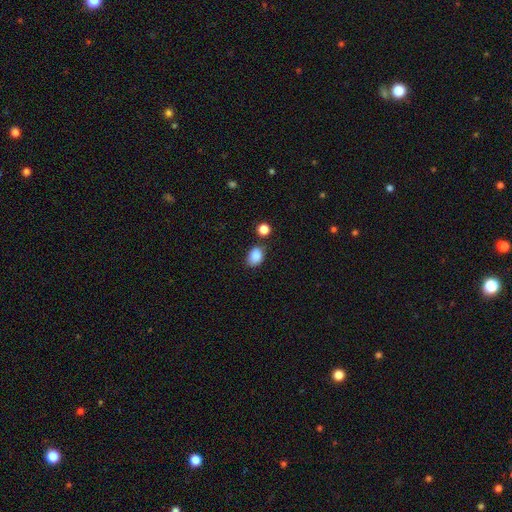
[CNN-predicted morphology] A smooth galaxy with no disk features (88%) that is in between round and cigar-shaped (74%).

Vote fractions:
- Smooth or featured? smooth: 88% / star or artifact: 9% / featured or disk: 4%
- How rounded? in between: 74% / round: 25% / cigar-shaped: 1%
- Merging? none: 71% / minor disturbance: 17% / merger: 8% / major disturbance: 4%